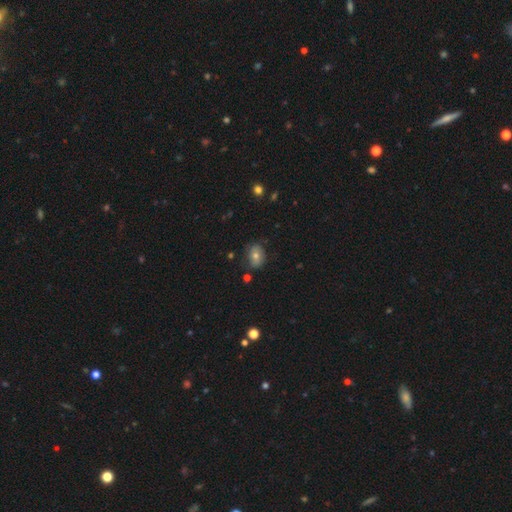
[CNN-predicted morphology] type=smooth (62%); roundness=in between (67%); merging=none (74%).